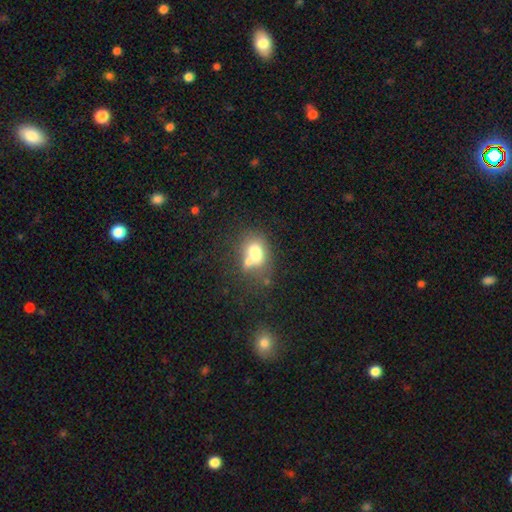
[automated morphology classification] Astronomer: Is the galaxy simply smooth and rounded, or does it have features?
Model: smooth — 69%.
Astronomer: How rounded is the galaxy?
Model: in between — 62%.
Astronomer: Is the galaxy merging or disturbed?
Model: merger — 41% (runner-up: none, 36%).